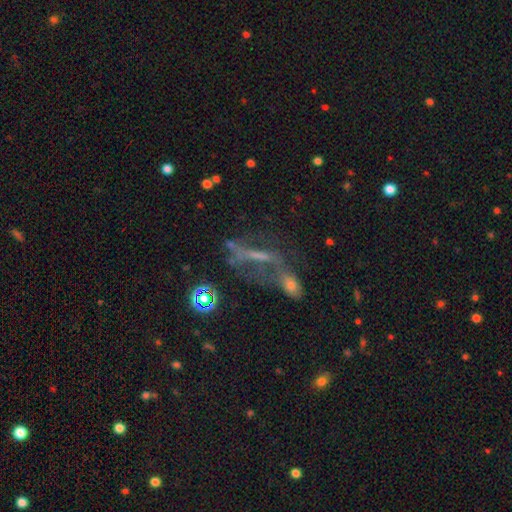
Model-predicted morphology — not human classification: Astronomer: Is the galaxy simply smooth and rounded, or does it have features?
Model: featured or disk — 45% (runner-up: star or artifact, 31%).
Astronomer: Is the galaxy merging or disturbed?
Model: none — 31% (runner-up: merger, 29%).